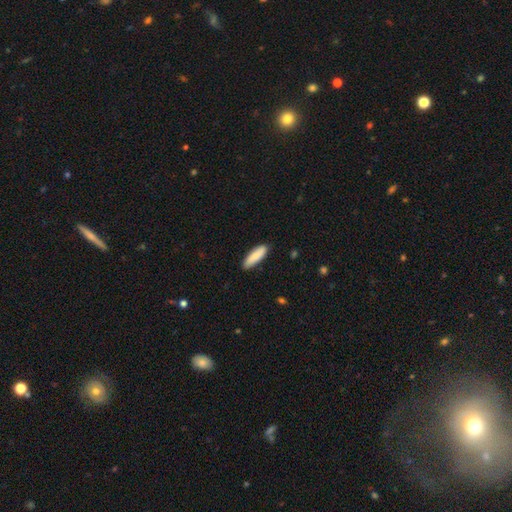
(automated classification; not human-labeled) A smooth galaxy with no disk features (86%) that is cigar-shaped (50%).

Vote fractions:
- Smooth or featured? smooth: 86% / featured or disk: 9% / star or artifact: 6%
- How rounded? cigar-shaped: 50% / in between: 49% / round: 1%
- Merging? none: 86% / minor disturbance: 11% / major disturbance: 2% / merger: 1%